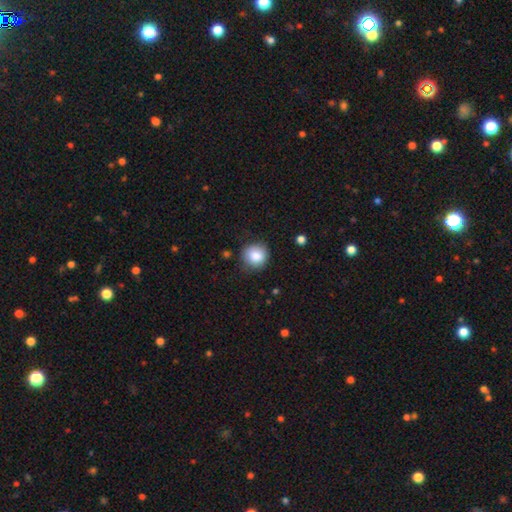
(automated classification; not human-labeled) smooth 85%, star or artifact 8%, featured or disk 7%. Down the decision tree: how rounded — round (87%); merging — none (78%).